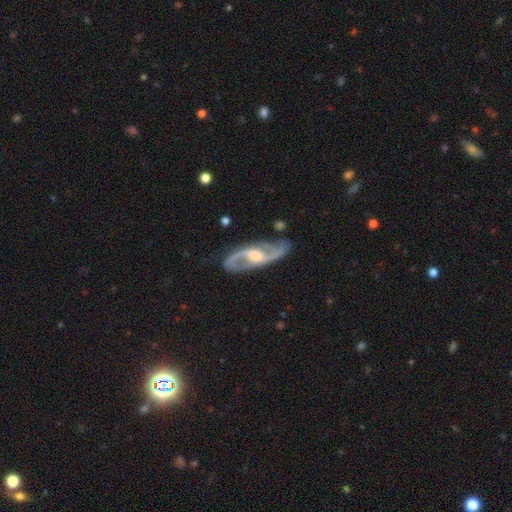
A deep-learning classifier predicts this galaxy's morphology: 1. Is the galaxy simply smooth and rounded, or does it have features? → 91% featured or disk, 5% smooth, 4% star or artifact.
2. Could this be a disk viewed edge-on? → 92% no, 8% yes.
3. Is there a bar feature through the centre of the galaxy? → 44% weak, 38% no, 19% strong.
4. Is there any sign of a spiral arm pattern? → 97% yes, 3% no.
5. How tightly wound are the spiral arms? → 56% medium, 29% loose, 15% tight.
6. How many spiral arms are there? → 93% 2, 2% can't tell, 1% 3, 1% 1, 1% 4, 1% more than 4.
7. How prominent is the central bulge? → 63% moderate, 16% large, 16% small, 3% none, 1% dominant.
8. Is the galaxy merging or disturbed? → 80% none, 14% minor disturbance, 4% major disturbance, 2% merger.